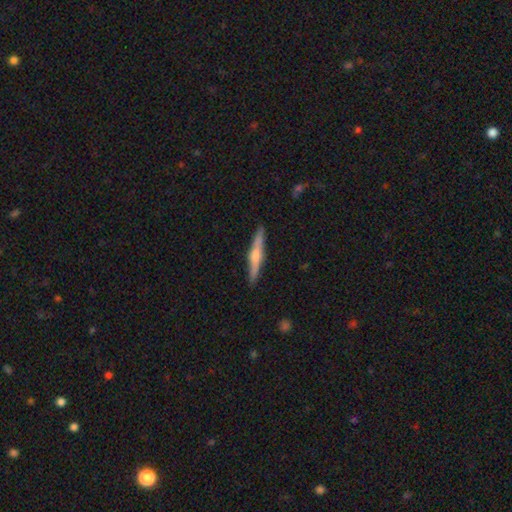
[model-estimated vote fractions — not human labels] Smooth or featured: featured or disk — 70% (smooth — 24%)
Edge-on disk: yes — 98% (no — 2%)
Edge-on bulge: rounded — 87% (boxy — 7%)
Merging: none — 91% (minor disturbance — 6%)